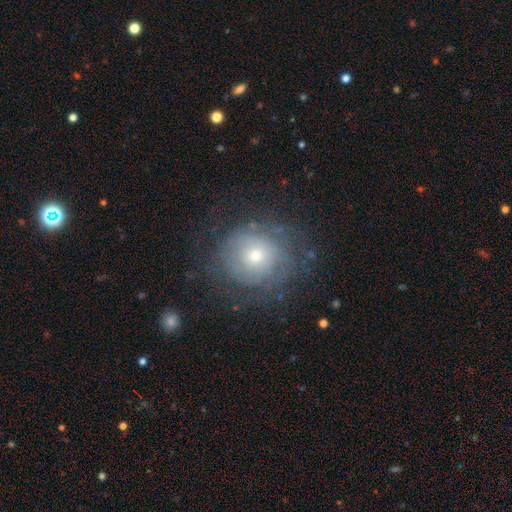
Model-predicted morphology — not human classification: smooth_or_featured: featured or disk (p=0.54) [alt: smooth p=0.36]
disk_edge_on: no (p=0.97) [alt: yes p=0.03]
bar: no (p=0.85) [alt: weak p=0.13]
has_spiral_arms: yes (p=0.71) [alt: no p=0.29]
bulge_size: moderate (p=0.52) [alt: small p=0.39]
merging: none (p=0.70) [alt: minor disturbance p=0.17]